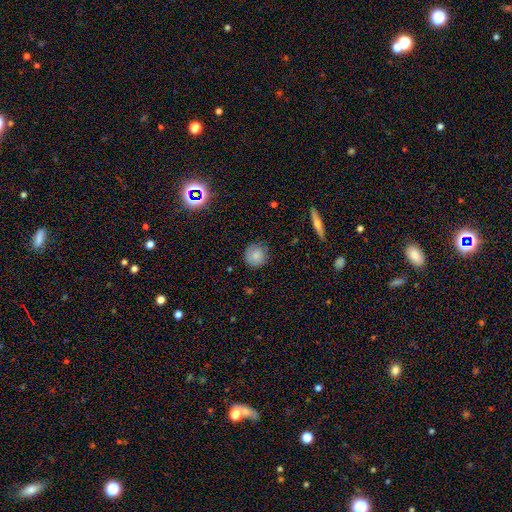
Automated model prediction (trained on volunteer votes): Smooth or featured?
  - smooth: 80% *
  - featured or disk: 10%
  - star or artifact: 9%
How rounded?
  - round: 93% *
  - in between: 6%
  - cigar-shaped: 1%
Merging?
  - none: 83% *
  - minor disturbance: 14%
  - major disturbance: 3%
  - merger: 1%